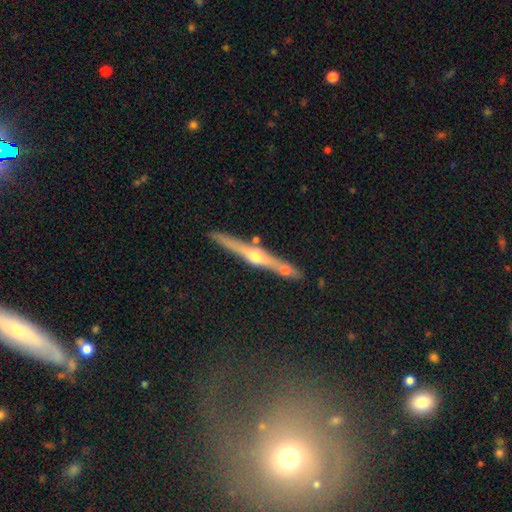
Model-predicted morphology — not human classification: featured or disk 73%, smooth 19%, star or artifact 8%. Down the decision tree: edge-on disk — yes (97%); edge-on bulge — rounded (93%); merging — none (79%).